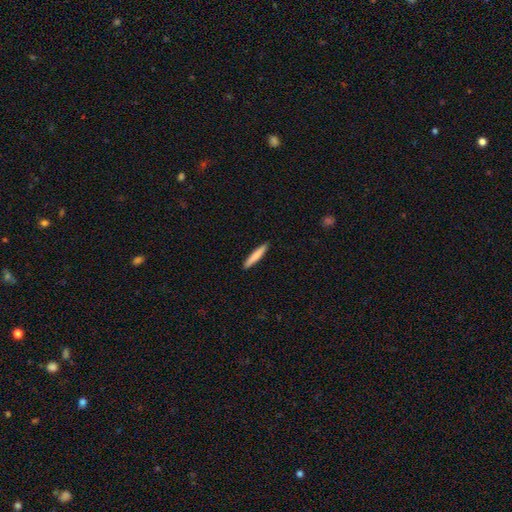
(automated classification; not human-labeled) Smooth or featured?
  - smooth: 80% *
  - featured or disk: 15%
  - star or artifact: 5%
How rounded?
  - cigar-shaped: 93% *
  - in between: 5%
  - round: 1%
Merging?
  - none: 92% *
  - minor disturbance: 6%
  - major disturbance: 1%
  - merger: 1%